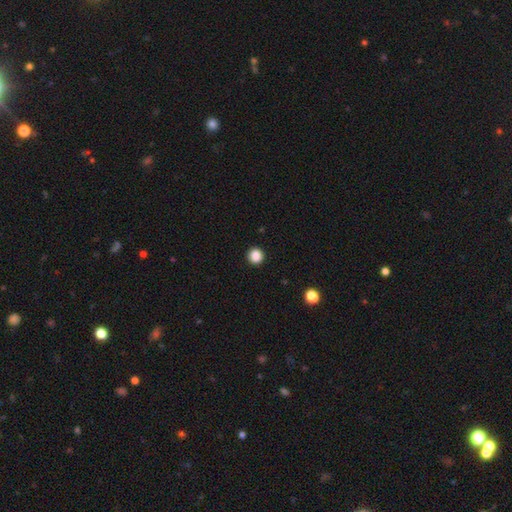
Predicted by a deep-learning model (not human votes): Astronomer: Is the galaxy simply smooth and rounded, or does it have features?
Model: smooth — 87%.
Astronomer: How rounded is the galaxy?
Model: round — 94%.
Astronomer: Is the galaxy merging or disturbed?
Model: none — 92%.